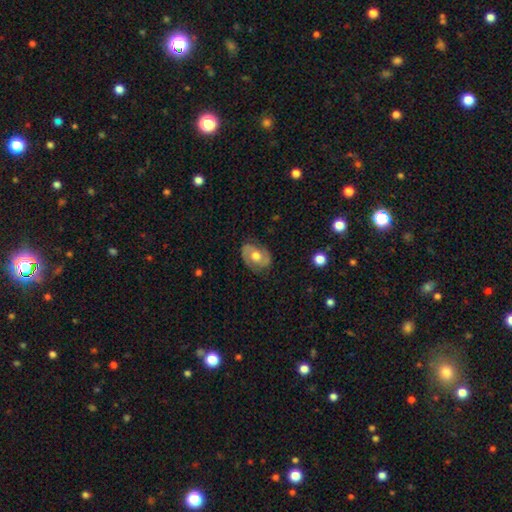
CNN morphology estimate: smooth_or_featured: featured or disk (p=0.64) [alt: smooth p=0.30]
disk_edge_on: no (p=0.96) [alt: yes p=0.04]
bar: no (p=0.67) [alt: weak p=0.26]
has_spiral_arms: yes (p=0.79) [alt: no p=0.21]
bulge_size: moderate (p=0.72) [alt: large p=0.18]
merging: none (p=0.77) [alt: minor disturbance p=0.17]